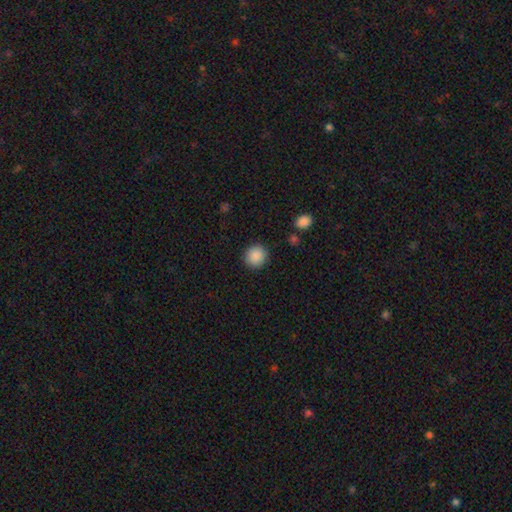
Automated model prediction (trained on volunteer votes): smooth 89%, star or artifact 8%, featured or disk 3%. Down the decision tree: how rounded — round (91%); merging — none (91%).